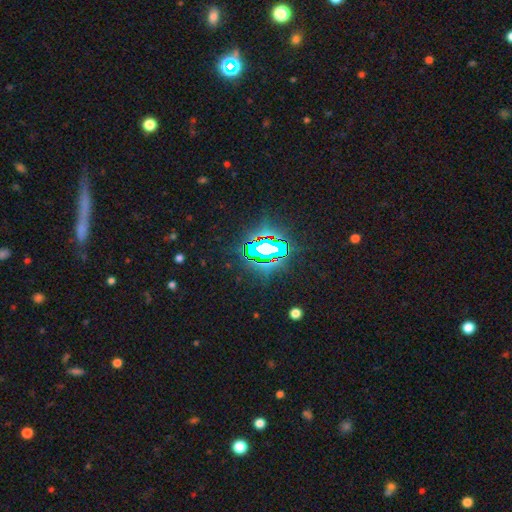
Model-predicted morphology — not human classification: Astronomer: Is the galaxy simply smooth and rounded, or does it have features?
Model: star or artifact — 83%.